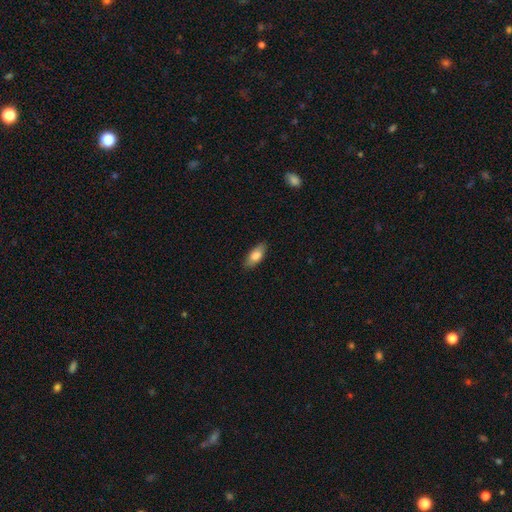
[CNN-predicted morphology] Smooth or featured? smooth (80%)
How rounded? in between (83%)
Merging? none (83%)